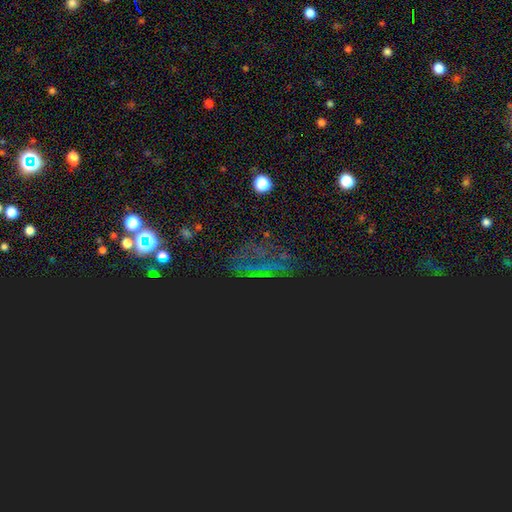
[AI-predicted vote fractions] smooth-or-featured: star or artifact: 60% | smooth: 21% | featured or disk: 19%